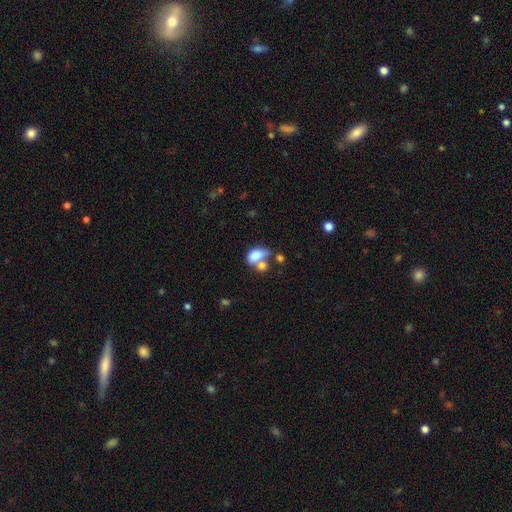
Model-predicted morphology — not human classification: Smooth or featured? smooth (76%)
How rounded? in between (86%)
Merging? merger (52%)